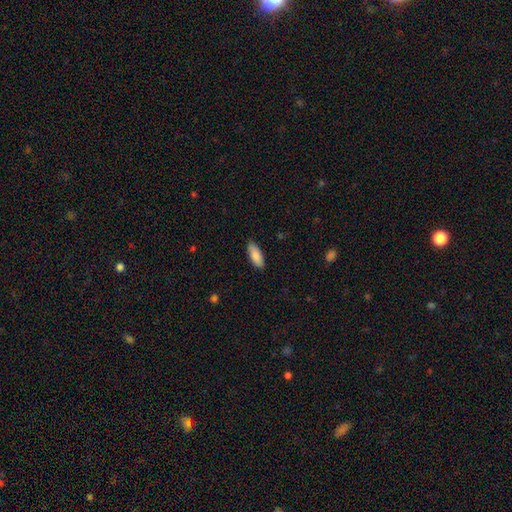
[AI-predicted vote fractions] Smooth or featured: smooth — 85% (featured or disk — 10%)
How rounded: in between — 80% (cigar-shaped — 18%)
Merging: none — 86% (minor disturbance — 11%)